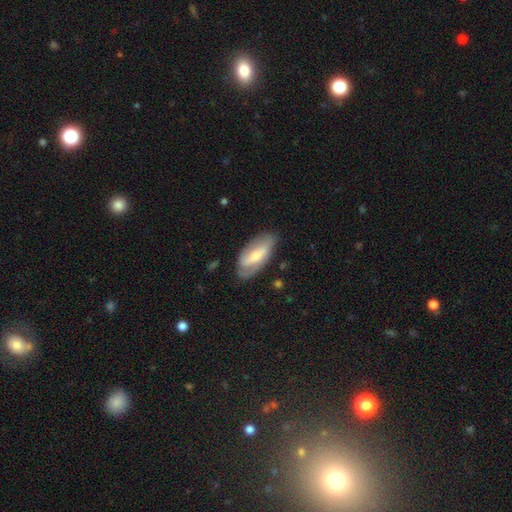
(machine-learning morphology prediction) Smooth or featured: featured or disk — 59% (smooth — 36%)
Edge-on disk: no — 87% (yes — 13%)
Bar: strong — 43% (weak — 34%)
Spiral arms: yes — 74% (no — 26%)
Bulge size: moderate — 47% (small — 44%)
Merging: none — 73% (minor disturbance — 19%)